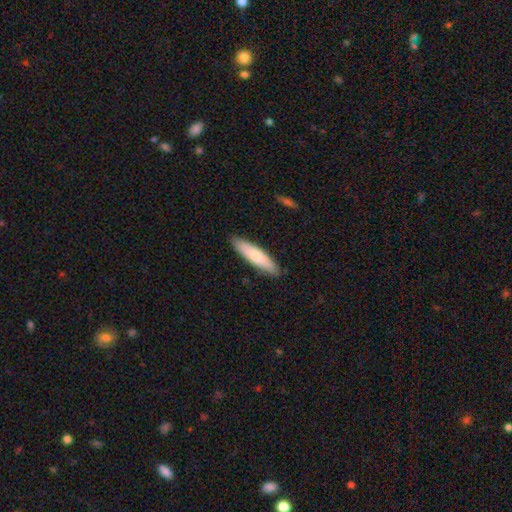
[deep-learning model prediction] Overall: smooth (75%). How rounded: cigar-shaped (75%). Merging: none (89%).